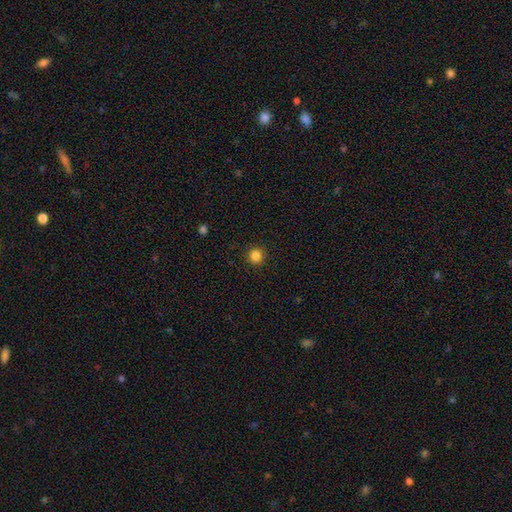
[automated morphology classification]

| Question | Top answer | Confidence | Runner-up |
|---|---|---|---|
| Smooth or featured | smooth | 85% | star or artifact (12%) |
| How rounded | round | 94% | in between (6%) |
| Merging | none | 92% | minor disturbance (5%) |